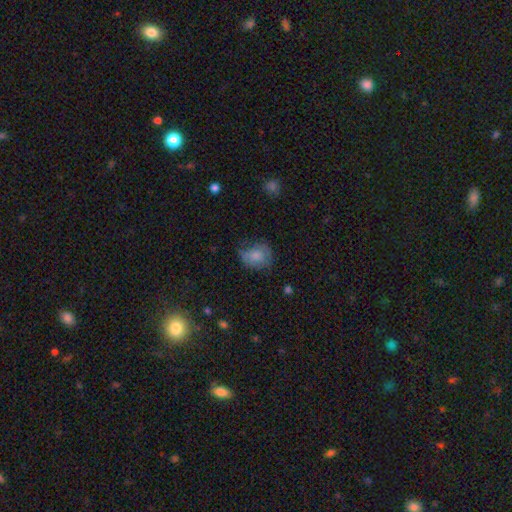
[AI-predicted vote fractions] The model was most divided on "merging": none: 51%, minor disturbance: 32%, major disturbance: 14%, merger: 2%. More confident: smooth or featured — smooth (72%); how rounded — round (64%).